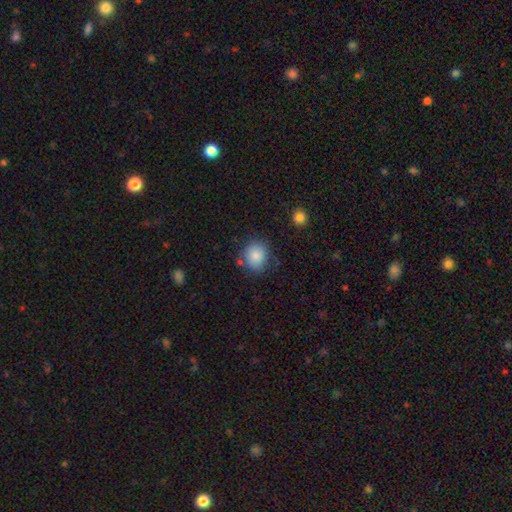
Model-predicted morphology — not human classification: The model was most divided on "how rounded": round: 73%, in between: 26%, cigar-shaped: 1%. More confident: smooth or featured — smooth (82%); merging — none (71%).